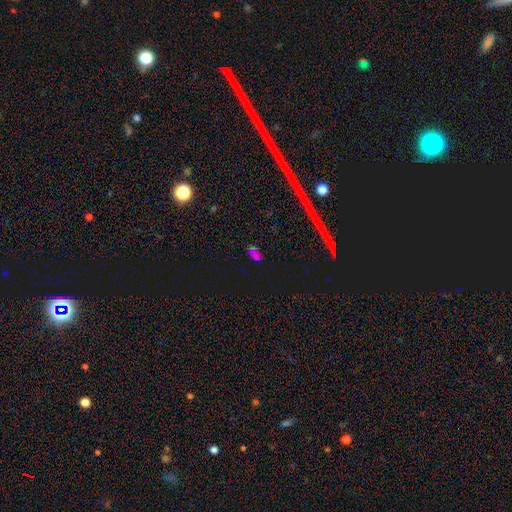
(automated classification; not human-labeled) Overall: smooth (46%; star or artifact 41%). Merging: none (63%).